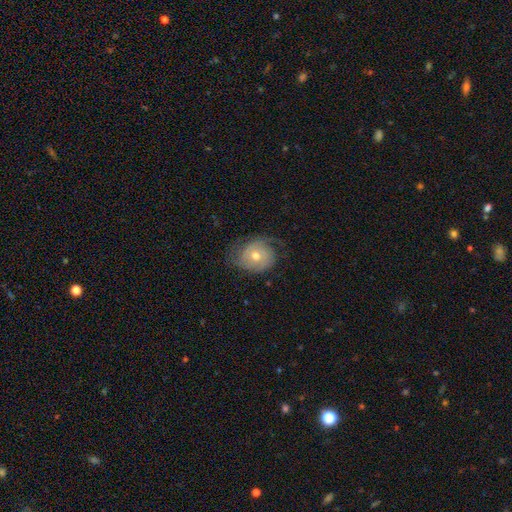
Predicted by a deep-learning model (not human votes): Smooth or featured? featured or disk (62%)
Edge-on disk? no (97%)
Bar? no (78%)
Spiral arms? yes (83%)
Bulge size? moderate (65%)
Merging? none (58%)